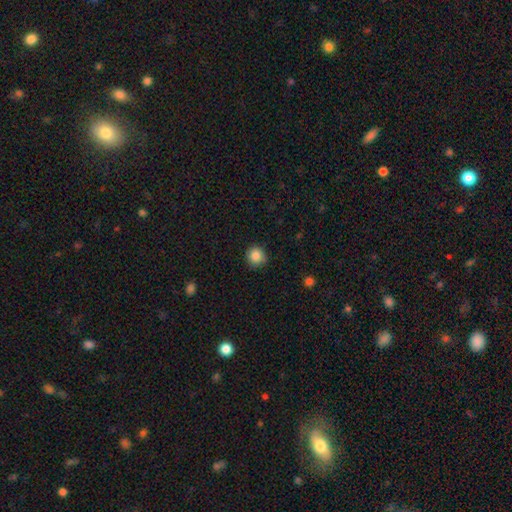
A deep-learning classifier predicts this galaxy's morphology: smooth 86%, star or artifact 10%, featured or disk 4%. Down the decision tree: how rounded — round (92%); merging — none (85%).